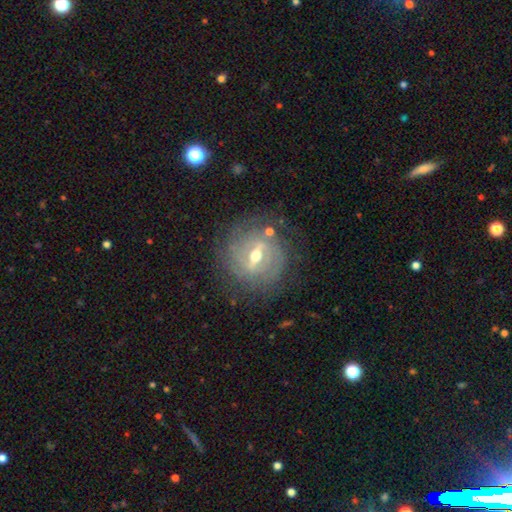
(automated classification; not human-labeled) Smooth or featured? Predicted: featured or disk (p=0.84). Edge-on disk? Predicted: no (p=0.91). Bar? Predicted: strong (p=0.50). Spiral arms? Predicted: yes (p=0.83). Spiral winding? Predicted: tight (p=0.69). Spiral arm count? Predicted: can't tell (p=0.43). Bulge size? Predicted: moderate (p=0.69). Merging? Predicted: none (p=0.75).